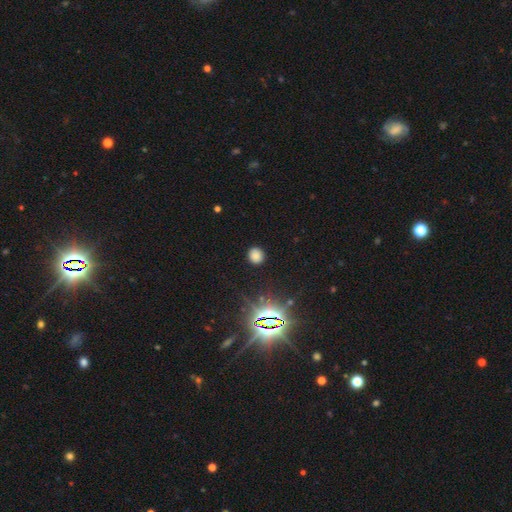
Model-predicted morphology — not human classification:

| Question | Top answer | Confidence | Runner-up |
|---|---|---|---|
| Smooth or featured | smooth | 73% | star or artifact (22%) |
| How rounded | round | 84% | in between (15%) |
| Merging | none | 88% | minor disturbance (8%) |